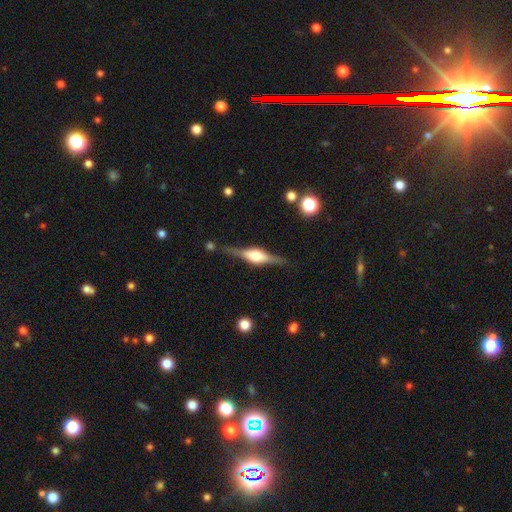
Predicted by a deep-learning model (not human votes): smooth_or_featured: featured or disk (p=0.80) [alt: smooth p=0.15]
disk_edge_on: yes (p=0.97) [alt: no p=0.03]
edge_on_bulge: rounded (p=0.84) [alt: boxy p=0.15]
merging: none (p=0.83) [alt: minor disturbance p=0.11]